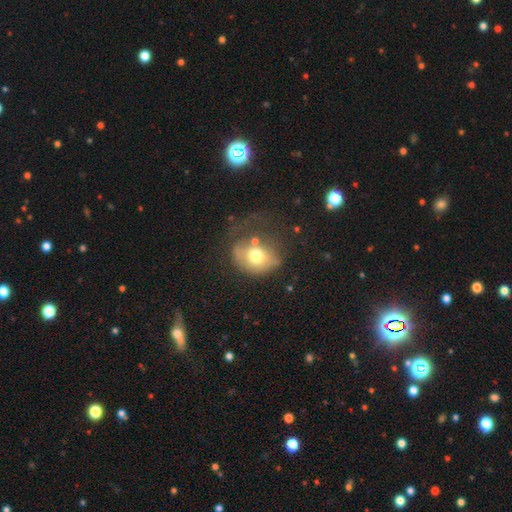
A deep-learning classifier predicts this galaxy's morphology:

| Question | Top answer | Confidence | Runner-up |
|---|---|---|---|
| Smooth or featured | smooth | 64% | featured or disk (26%) |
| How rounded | round | 54% | in between (45%) |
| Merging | major disturbance | 36% | none (31%) |